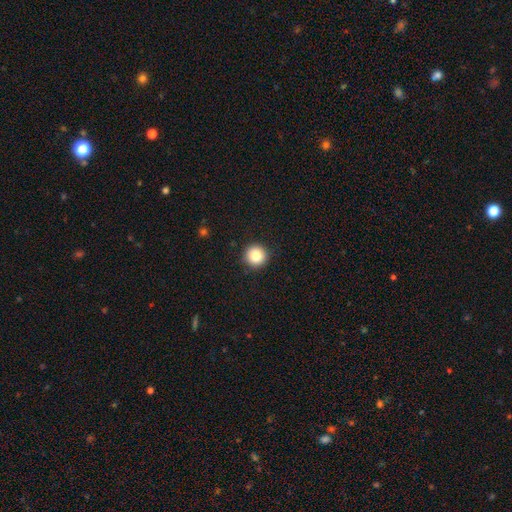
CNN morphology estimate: smooth 84%, star or artifact 10%, featured or disk 7%. Down the decision tree: how rounded — round (95%); merging — none (92%).